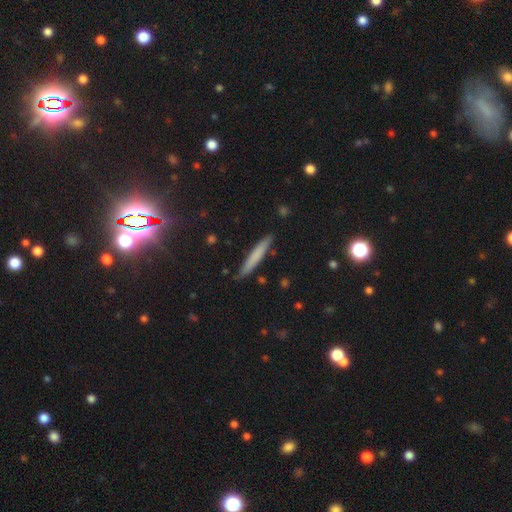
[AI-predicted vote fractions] Smooth or featured? Predicted: smooth (p=0.68). How rounded? Predicted: cigar-shaped (p=0.95). Merging? Predicted: none (p=0.87).